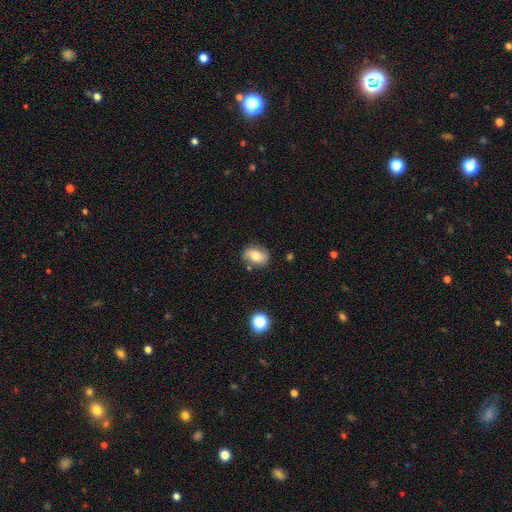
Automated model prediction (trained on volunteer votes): Smooth or featured? smooth (66%)
How rounded? in between (78%)
Merging? none (74%)